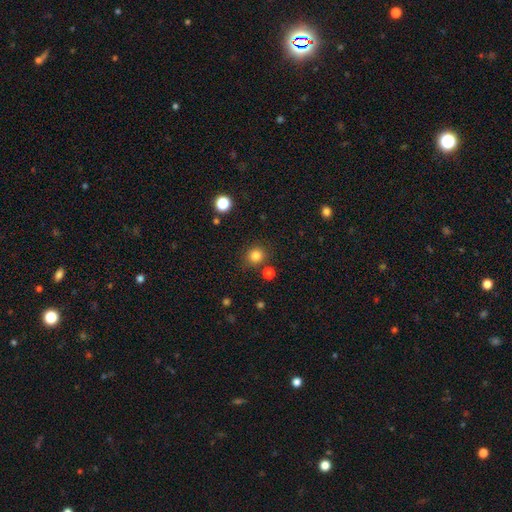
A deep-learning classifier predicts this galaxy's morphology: The model was most divided on "smooth or featured": smooth: 82%, star or artifact: 13%, featured or disk: 5%. More confident: how rounded — round (86%); merging — none (80%).